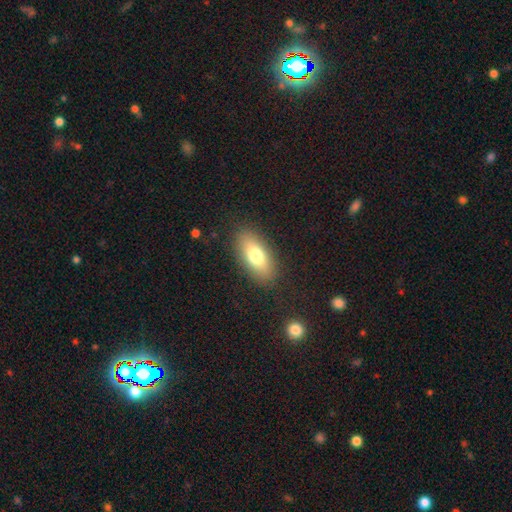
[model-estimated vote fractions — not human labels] Smooth or featured?
  - smooth: 75% *
  - featured or disk: 17%
  - star or artifact: 8%
How rounded?
  - in between: 84% *
  - cigar-shaped: 12%
  - round: 4%
Merging?
  - none: 86% *
  - minor disturbance: 9%
  - major disturbance: 3%
  - merger: 1%